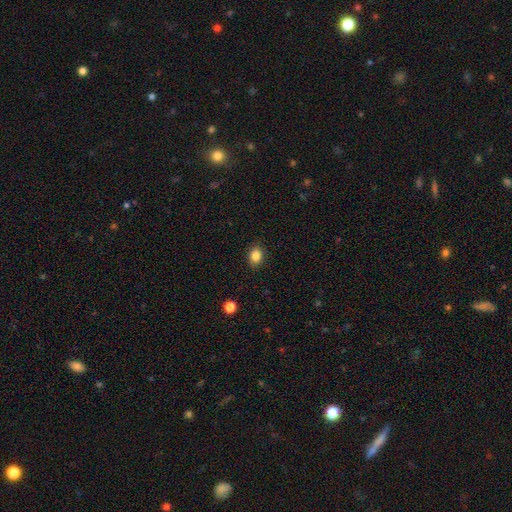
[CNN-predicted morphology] This appears to be a smooth galaxy with no disk features (85%) that is in between round and cigar-shaped (50%). Merging: none (89%).